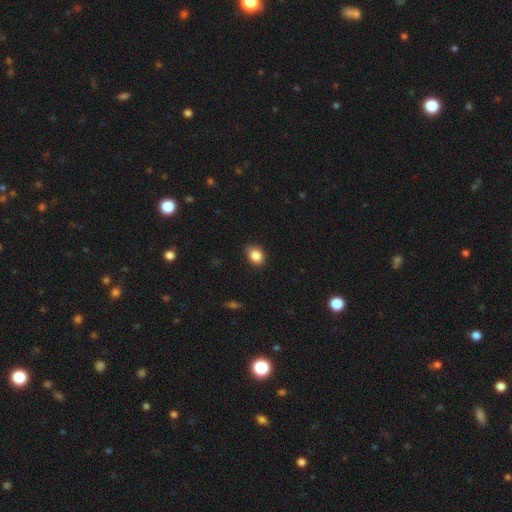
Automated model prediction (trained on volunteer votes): A smooth galaxy with no disk features (84%) that is in between round and cigar-shaped (64%). Merging: none (76%).